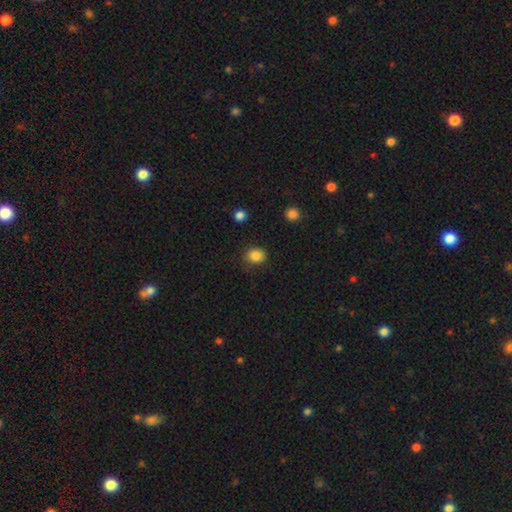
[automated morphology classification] A smooth galaxy with no disk features (85%) that is round (63%). Merging: none (82%).